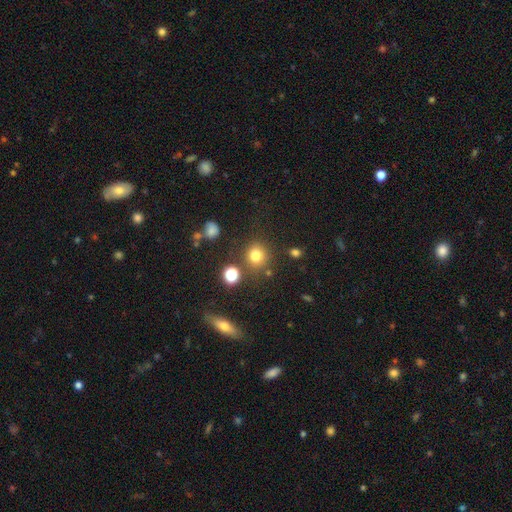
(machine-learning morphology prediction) This is likely a smooth galaxy (76%). How rounded: clearly round (84%). Merging: likely none (78%).